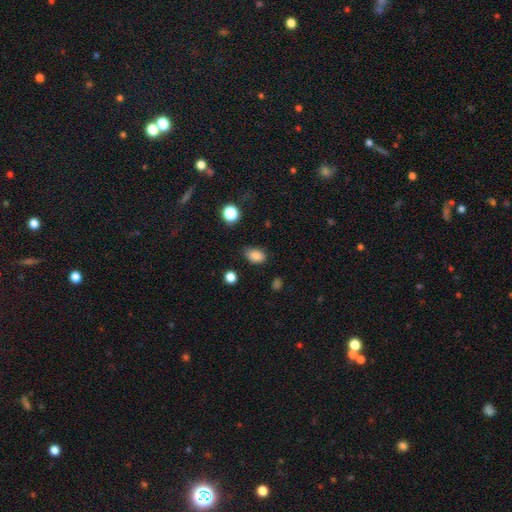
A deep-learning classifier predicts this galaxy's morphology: A smooth galaxy with no disk features (85%) that is in between round and cigar-shaped (84%). Merging: none (74%).